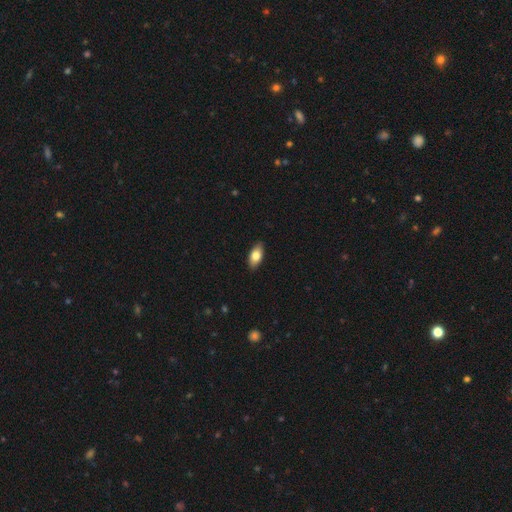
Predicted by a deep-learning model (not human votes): Overall: smooth (79%). How rounded: in between (90%). Merging: none (89%).